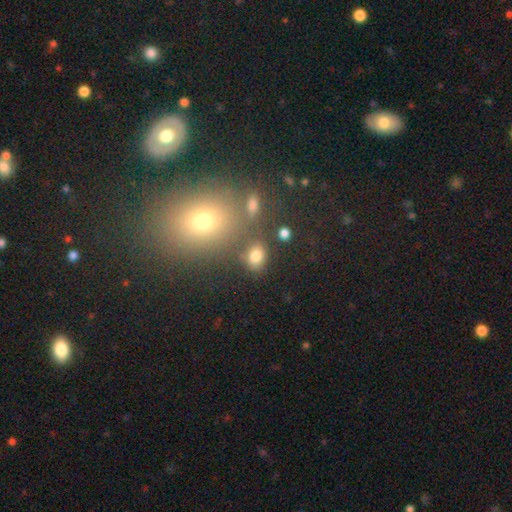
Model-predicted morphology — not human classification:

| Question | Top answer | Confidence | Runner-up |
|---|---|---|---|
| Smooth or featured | smooth | 78% | star or artifact (14%) |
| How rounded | in between | 66% | round (32%) |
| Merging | none | 70% | minor disturbance (13%) |